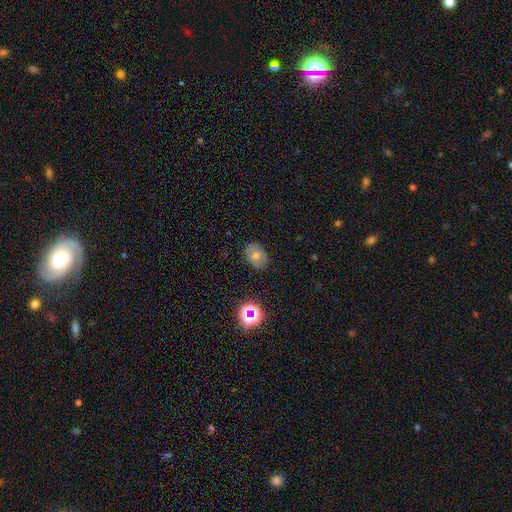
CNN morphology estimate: This appears to be a smooth galaxy with no disk features (56%) that is in between round and cigar-shaped (61%). Merging: none (81%).